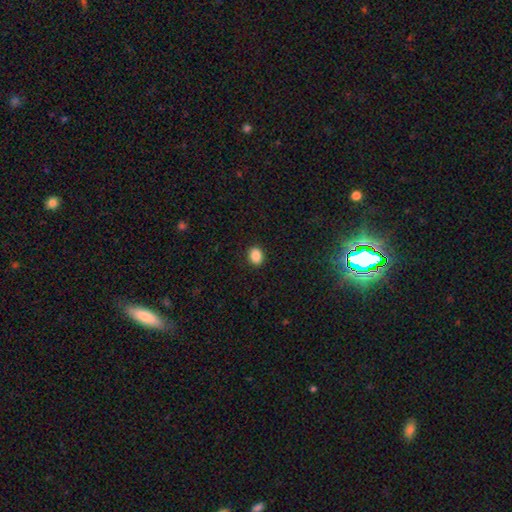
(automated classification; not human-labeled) Smooth or featured? smooth (88%)
How rounded? in between (62%)
Merging? none (90%)